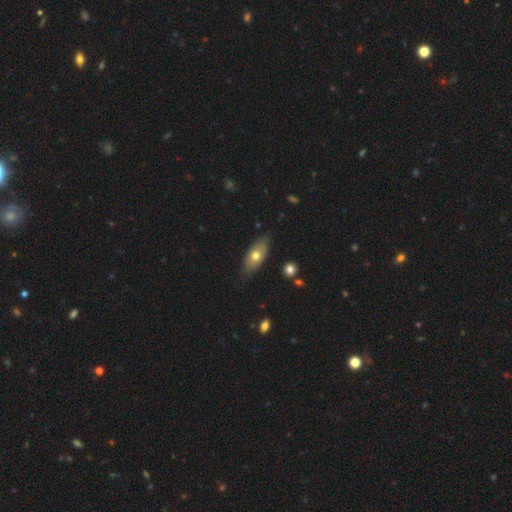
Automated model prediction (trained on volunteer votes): Smooth or featured? Predicted: smooth (p=0.64). How rounded? Predicted: in between (p=0.84). Merging? Predicted: none (p=0.78).